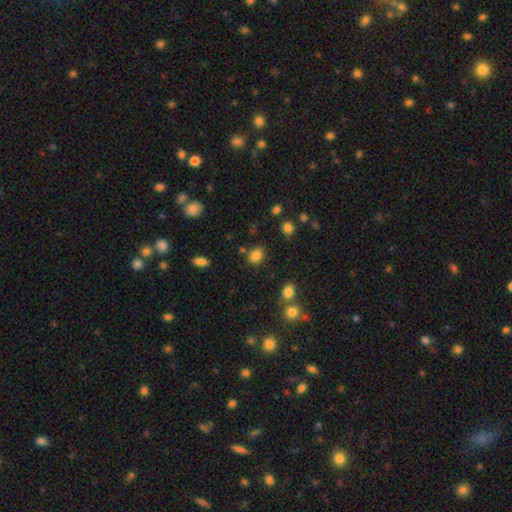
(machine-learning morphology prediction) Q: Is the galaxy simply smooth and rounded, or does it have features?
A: smooth — 82%.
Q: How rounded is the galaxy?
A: round — 60%.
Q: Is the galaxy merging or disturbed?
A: none — 75%.